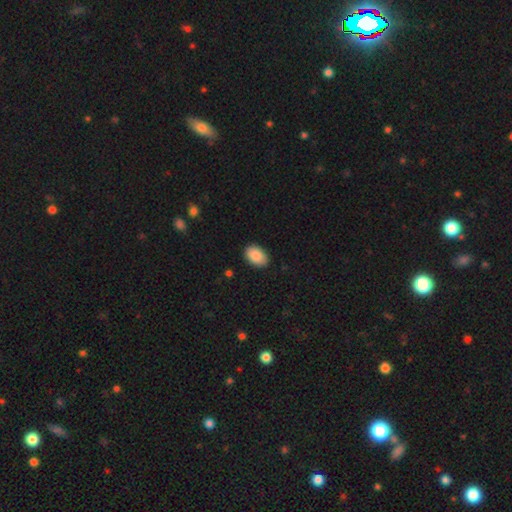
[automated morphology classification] smooth-or-featured: smooth: 89% | star or artifact: 7% | featured or disk: 5%
  how-rounded: in between: 89% | round: 10% | cigar-shaped: 1%
  merging: none: 88% | minor disturbance: 9% | major disturbance: 2% | merger: 1%